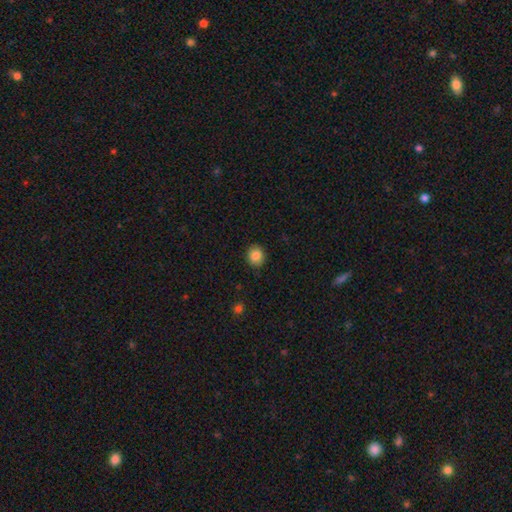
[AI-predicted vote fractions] A smooth galaxy with no disk features (86%) that is round (77%).

Vote fractions:
- Smooth or featured? smooth: 86% / star or artifact: 10% / featured or disk: 5%
- How rounded? round: 77% / in between: 22% / cigar-shaped: 1%
- Merging? none: 87% / minor disturbance: 9% / major disturbance: 2% / merger: 1%